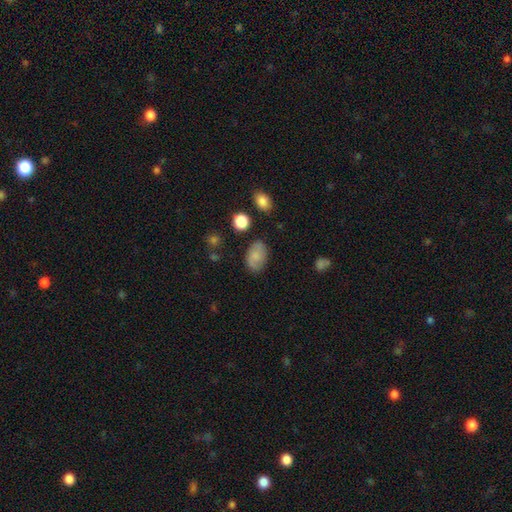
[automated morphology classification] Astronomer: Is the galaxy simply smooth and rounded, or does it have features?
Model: smooth — 75%.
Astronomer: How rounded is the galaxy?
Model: in between — 87%.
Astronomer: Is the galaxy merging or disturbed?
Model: none — 77%.